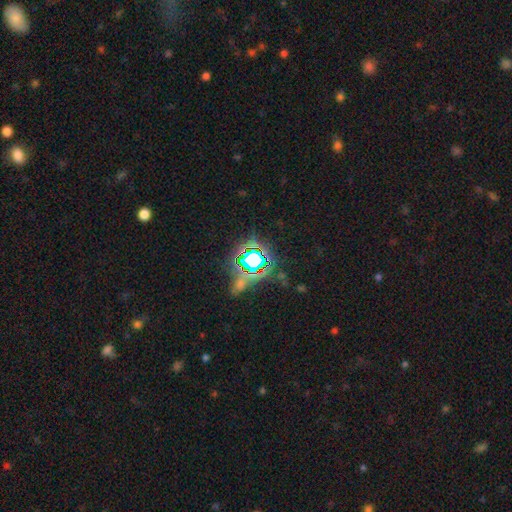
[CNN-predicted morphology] smooth_or_featured: star or artifact (p=0.81) [alt: smooth p=0.12]